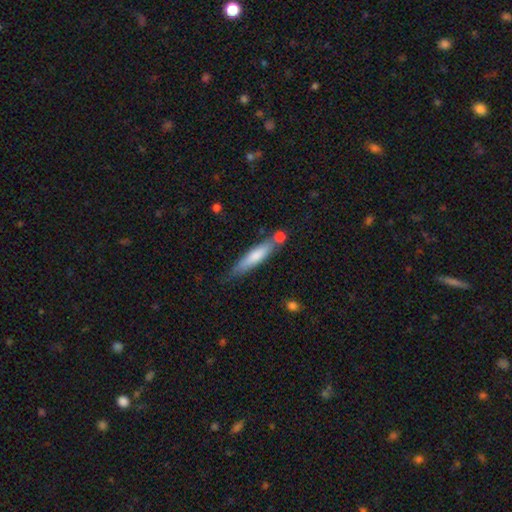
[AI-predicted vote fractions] This is likely a smooth galaxy (68%). How rounded: clearly cigar-shaped (86%). Merging: likely none (63%).